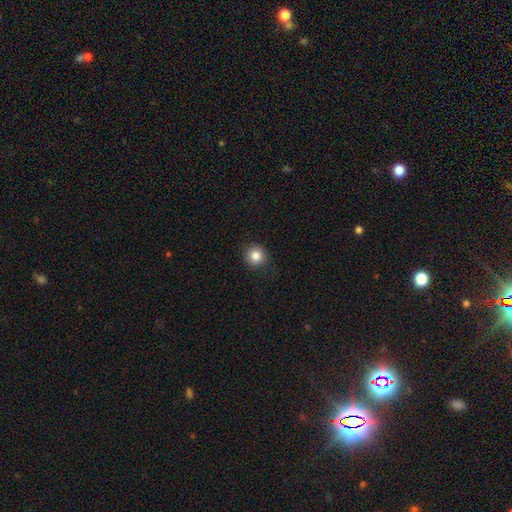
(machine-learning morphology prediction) smooth_or_featured: smooth (p=0.83) [alt: star or artifact p=0.11]
how_rounded: round (p=0.93) [alt: in between p=0.06]
merging: none (p=0.90) [alt: minor disturbance p=0.07]